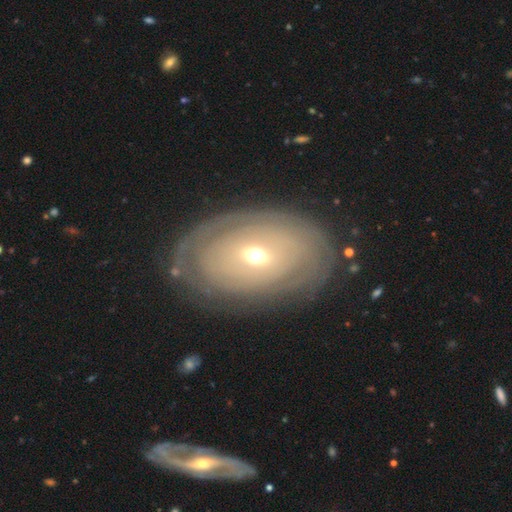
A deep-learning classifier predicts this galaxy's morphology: Smooth or featured: featured or disk — 70% (smooth — 23%)
Edge-on disk: no — 92% (yes — 8%)
Bar: no — 60% (weak — 29%)
Spiral arms: yes — 61% (no — 39%)
Bulge size: moderate — 56% (small — 37%)
Merging: none — 77% (minor disturbance — 14%)